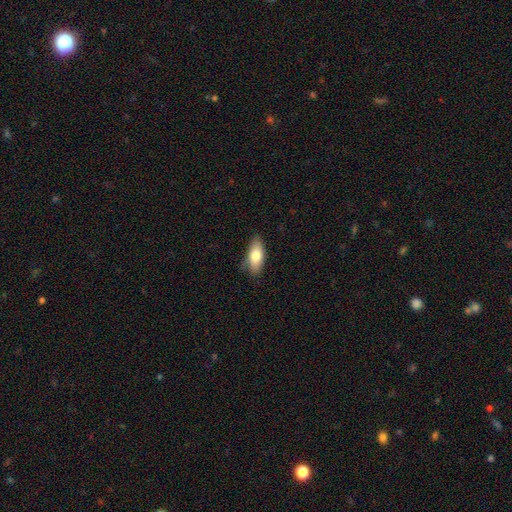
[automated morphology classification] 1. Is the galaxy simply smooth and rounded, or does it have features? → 77% smooth, 17% featured or disk, 6% star or artifact.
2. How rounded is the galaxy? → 81% in between, 17% cigar-shaped, 3% round.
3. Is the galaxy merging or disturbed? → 78% none, 17% minor disturbance, 3% major disturbance, 1% merger.